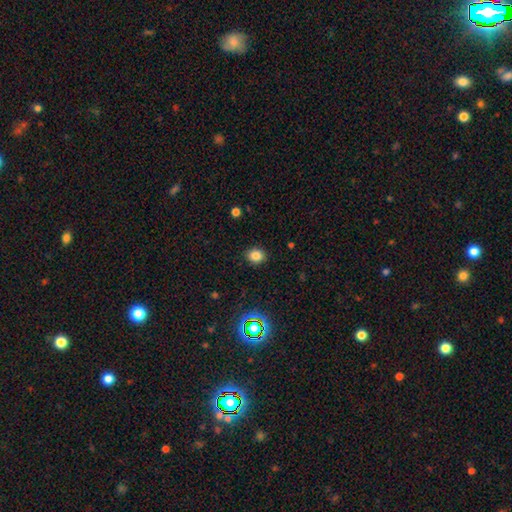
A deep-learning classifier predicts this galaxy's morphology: smooth 81%, star or artifact 13%, featured or disk 5%. Down the decision tree: how rounded — round (66%); merging — none (89%).